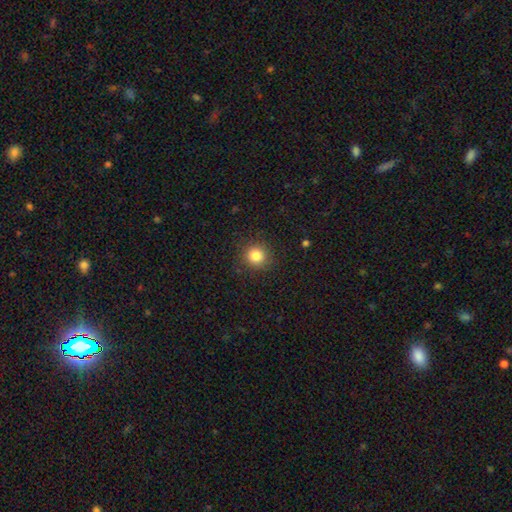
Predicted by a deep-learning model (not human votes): Smooth or featured: smooth — 84% (star or artifact — 11%)
How rounded: round — 91% (in between — 8%)
Merging: none — 89% (minor disturbance — 7%)